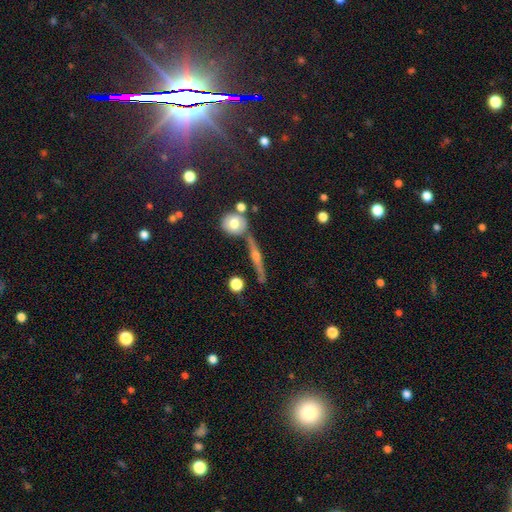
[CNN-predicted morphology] featured or disk 72%, smooth 17%, star or artifact 11%. Down the decision tree: edge-on disk — yes (93%); edge-on bulge — rounded (88%); merging — none (76%).